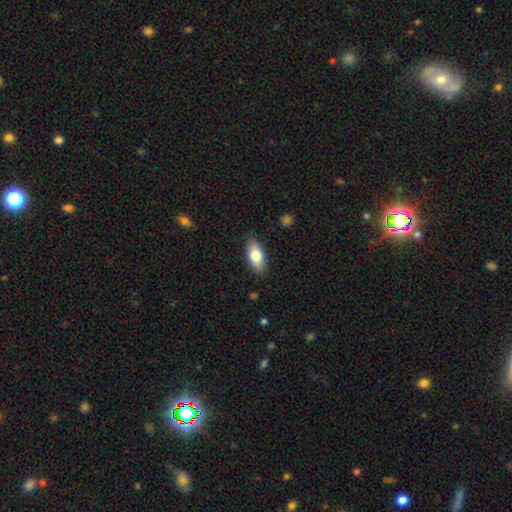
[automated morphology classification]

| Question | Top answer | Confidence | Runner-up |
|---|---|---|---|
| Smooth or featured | smooth | 77% | featured or disk (16%) |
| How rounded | in between | 84% | cigar-shaped (13%) |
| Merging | none | 86% | minor disturbance (11%) |